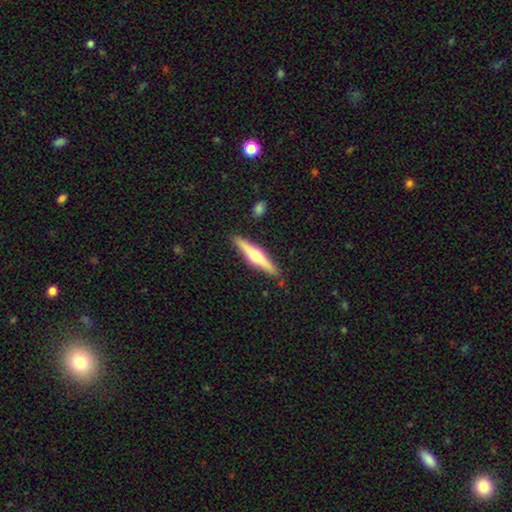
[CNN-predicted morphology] Smooth or featured: featured or disk — 67% (smooth — 28%)
Edge-on disk: yes — 98% (no — 2%)
Edge-on bulge: rounded — 92% (boxy — 4%)
Merging: none — 89% (minor disturbance — 8%)